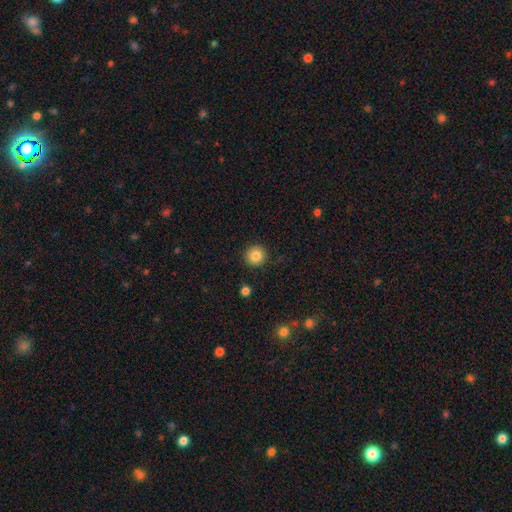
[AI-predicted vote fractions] Smooth or featured: smooth — 84% (star or artifact — 10%)
How rounded: round — 94% (in between — 5%)
Merging: none — 91% (minor disturbance — 6%)